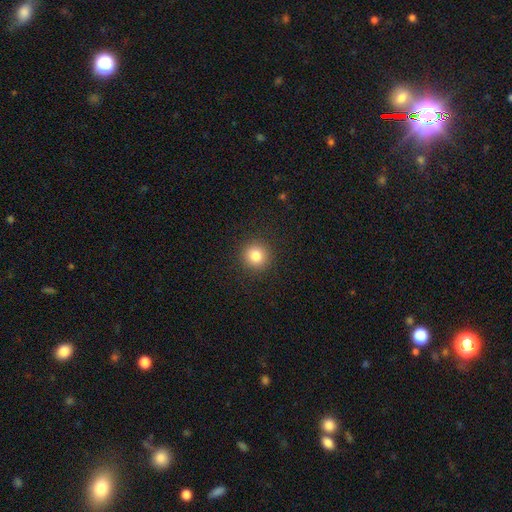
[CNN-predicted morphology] The model was most divided on "smooth or featured": smooth: 83%, star or artifact: 11%, featured or disk: 6%. More confident: how rounded — round (94%); merging — none (92%).